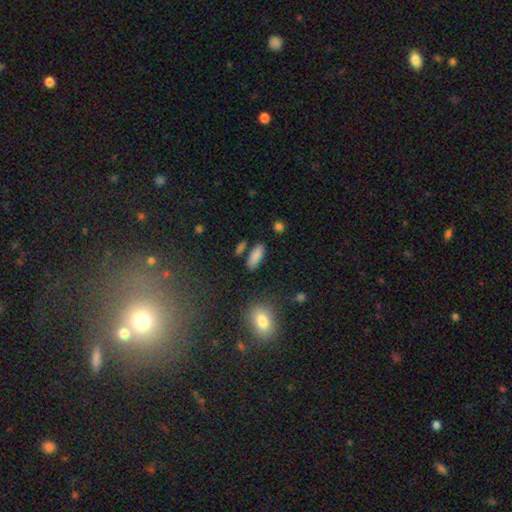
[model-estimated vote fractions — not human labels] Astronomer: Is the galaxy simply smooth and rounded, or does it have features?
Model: smooth — 86%.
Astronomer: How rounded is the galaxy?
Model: in between — 72%.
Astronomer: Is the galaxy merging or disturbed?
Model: none — 81%.